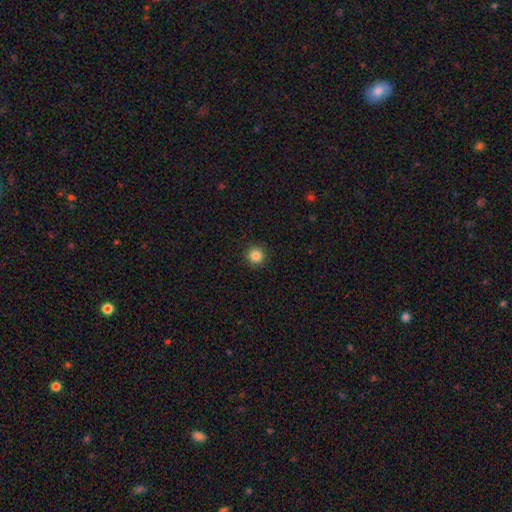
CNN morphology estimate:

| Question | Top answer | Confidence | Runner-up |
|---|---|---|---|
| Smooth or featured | smooth | 84% | star or artifact (11%) |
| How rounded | round | 95% | in between (4%) |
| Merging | none | 92% | minor disturbance (5%) |